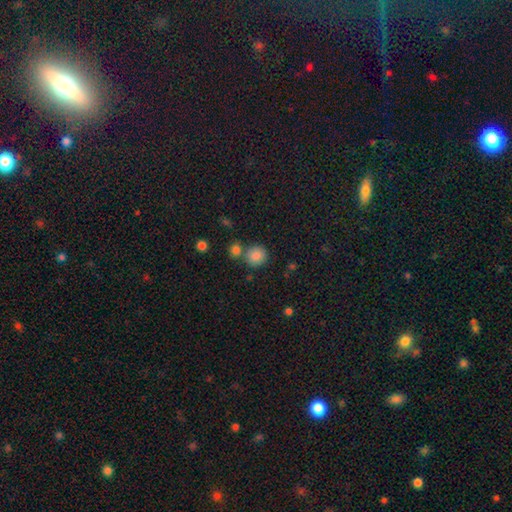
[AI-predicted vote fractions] Smooth or featured?
  - smooth: 86% *
  - star or artifact: 10%
  - featured or disk: 5%
How rounded?
  - round: 86% *
  - in between: 13%
  - cigar-shaped: 1%
Merging?
  - none: 67% *
  - merger: 19%
  - minor disturbance: 10%
  - major disturbance: 3%